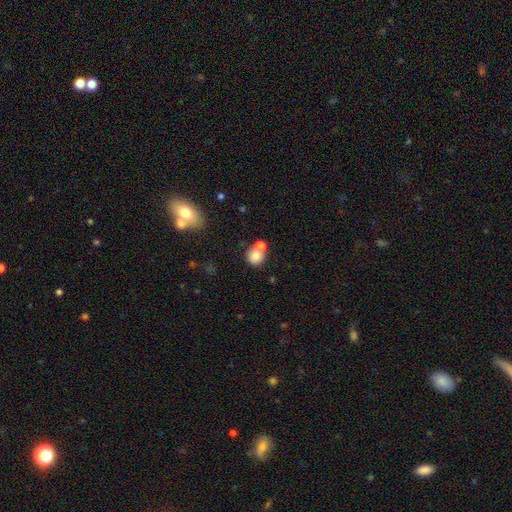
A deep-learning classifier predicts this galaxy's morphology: Q: Smooth or featured?
A: smooth (77%); runner-up: featured or disk (13%)
Q: How rounded?
A: round (85%); runner-up: in between (14%)
Q: Merging?
A: none (51%); runner-up: merger (37%)